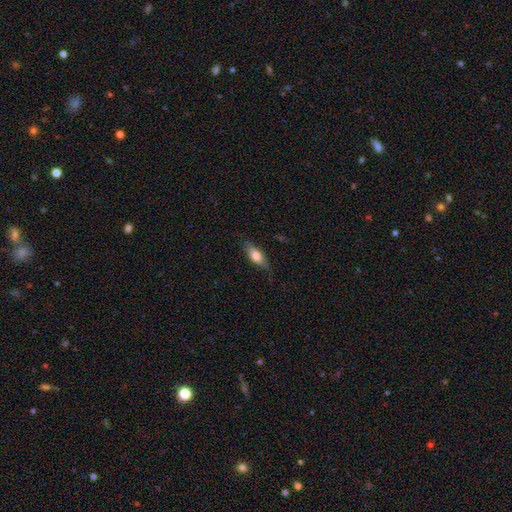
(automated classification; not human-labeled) This is likely a smooth galaxy (72%). How rounded: likely in between (70%). Merging: likely none (76%).